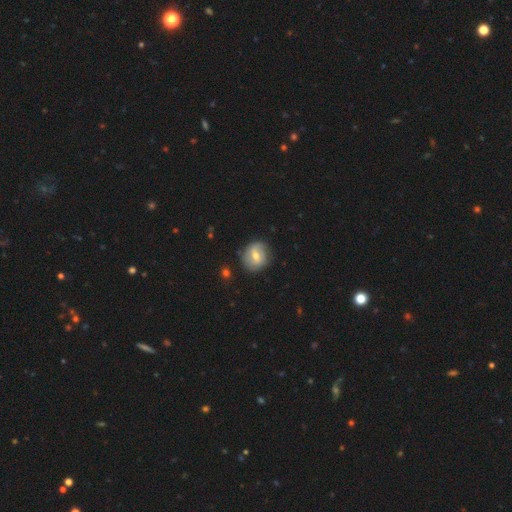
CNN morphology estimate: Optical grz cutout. It shows a featured or disk galaxy (52%) with a weak bar (54%), spiral arms (69%) and a moderate central bulge (64%). Merging: none (78%).